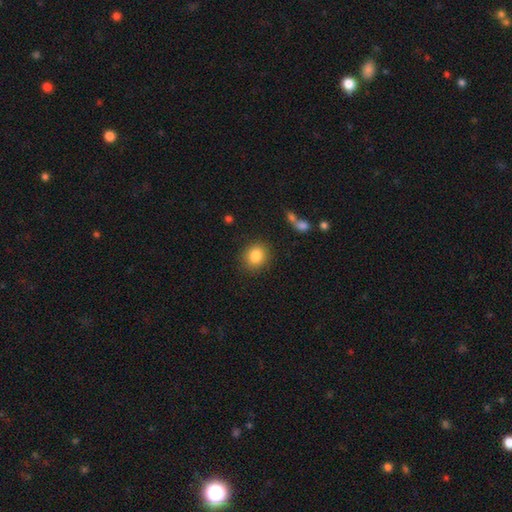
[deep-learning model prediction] This is clearly a smooth galaxy (86%). How rounded: likely round (69%). Merging: clearly none (86%).